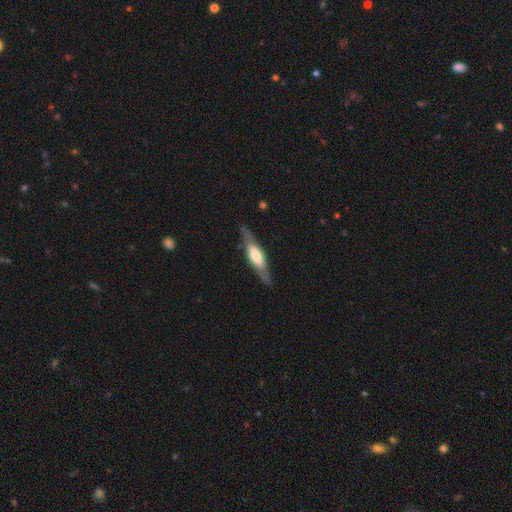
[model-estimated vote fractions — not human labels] Overall: featured or disk (60%; smooth 34%). Edge-on disk: yes (82%). Merging: none (81%).